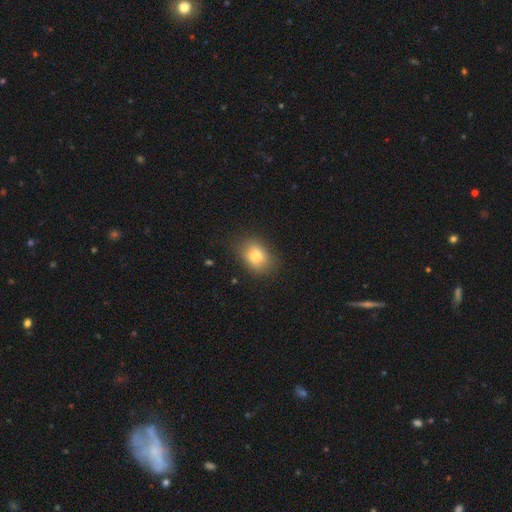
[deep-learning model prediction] Overall: smooth (80%). How rounded: in between (71%). Merging: none (78%).